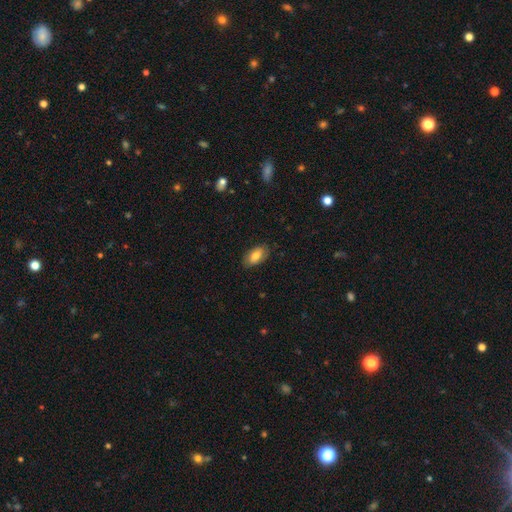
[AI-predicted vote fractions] The model was most divided on "smooth or featured": smooth: 79%, featured or disk: 14%, star or artifact: 7%. More confident: how rounded — in between (93%); merging — none (84%).